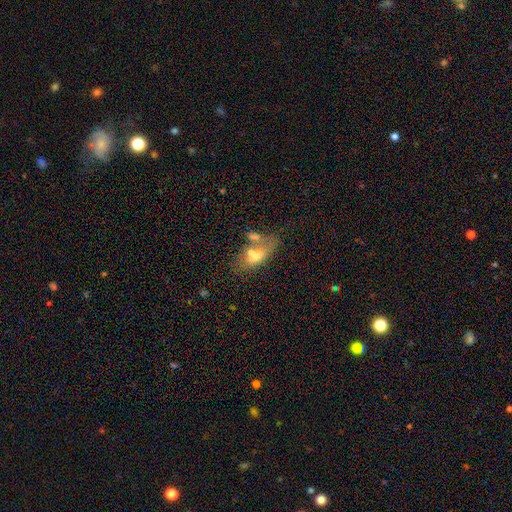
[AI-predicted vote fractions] smooth 60%, featured or disk 31%, star or artifact 9%. Down the decision tree: how rounded — in between (81%); merging — merger (42%).